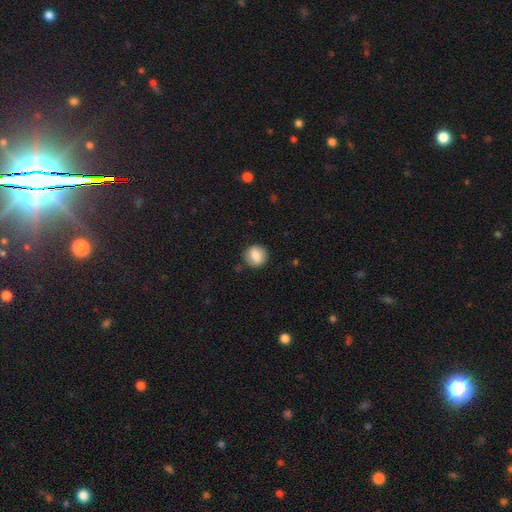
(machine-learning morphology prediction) Smooth or featured? smooth (81%)
How rounded? round (85%)
Merging? none (85%)